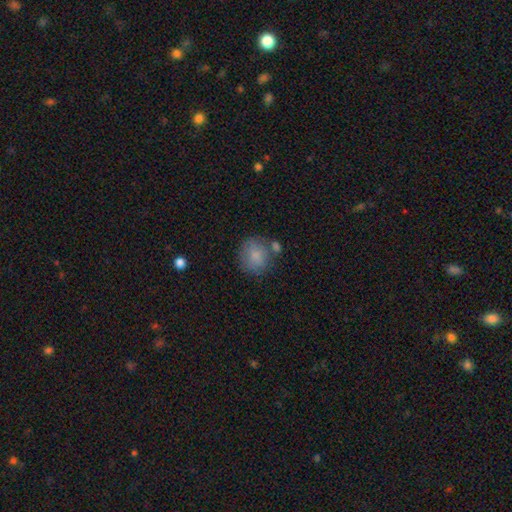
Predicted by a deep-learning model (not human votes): smooth_or_featured: smooth (p=0.82) [alt: featured or disk p=0.11]
how_rounded: round (p=0.85) [alt: in between p=0.14]
merging: none (p=0.62) [alt: minor disturbance p=0.17]